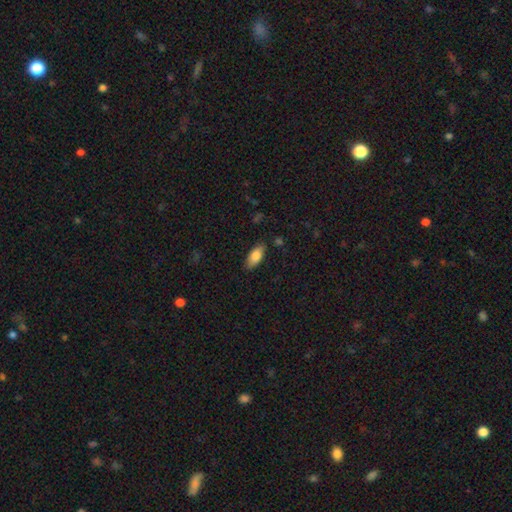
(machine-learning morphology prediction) Overall: smooth (81%). How rounded: in between (86%). Merging: none (83%).